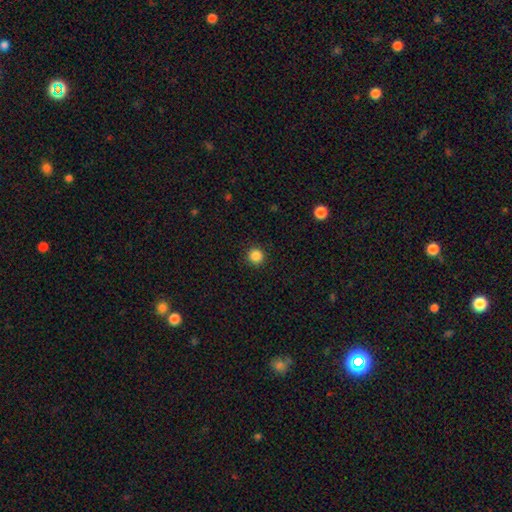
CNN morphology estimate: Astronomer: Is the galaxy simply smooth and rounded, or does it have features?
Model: smooth — 86%.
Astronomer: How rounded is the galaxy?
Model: round — 96%.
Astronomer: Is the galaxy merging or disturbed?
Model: none — 92%.